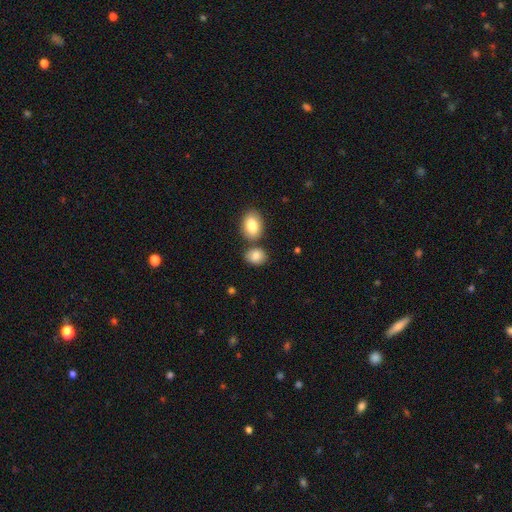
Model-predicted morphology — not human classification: smooth-or-featured: smooth: 84% | featured or disk: 8% | star or artifact: 8%
  how-rounded: in between: 64% | round: 34% | cigar-shaped: 1%
  merging: none: 63% | merger: 21% | minor disturbance: 13% | major disturbance: 3%